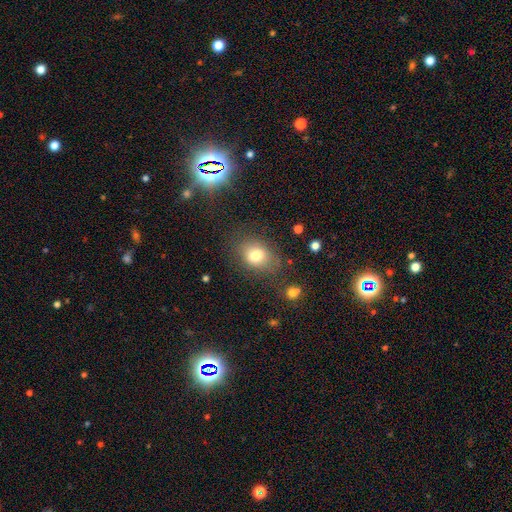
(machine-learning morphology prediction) The model was most divided on "how rounded": in between: 58%, round: 41%, cigar-shaped: 1%. More confident: smooth or featured — smooth (78%); merging — none (74%).